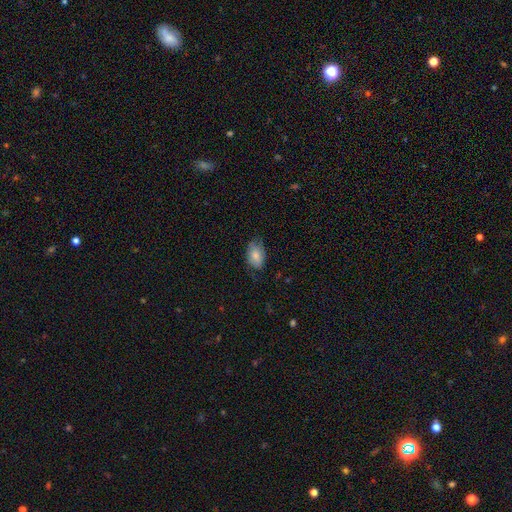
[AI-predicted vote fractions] A smooth galaxy with no disk features (78%) that is in between round and cigar-shaped (89%).

Vote fractions:
- Smooth or featured? smooth: 78% / featured or disk: 15% / star or artifact: 7%
- How rounded? in between: 89% / round: 9% / cigar-shaped: 1%
- Merging? none: 62% / minor disturbance: 29% / major disturbance: 8% / merger: 1%